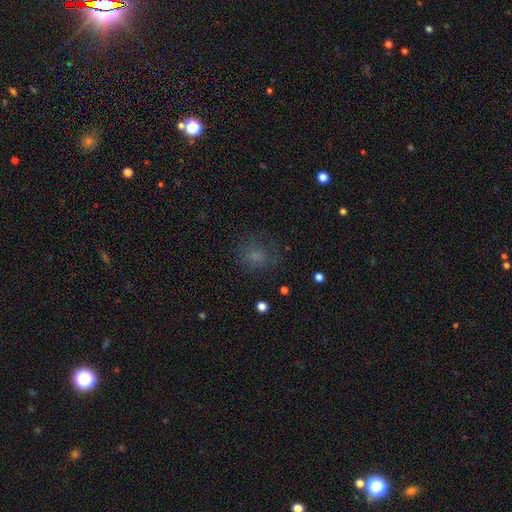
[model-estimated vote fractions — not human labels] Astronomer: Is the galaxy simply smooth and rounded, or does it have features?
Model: smooth — 66%.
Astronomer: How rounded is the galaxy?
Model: round — 71%.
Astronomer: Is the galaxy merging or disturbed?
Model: none — 71%.